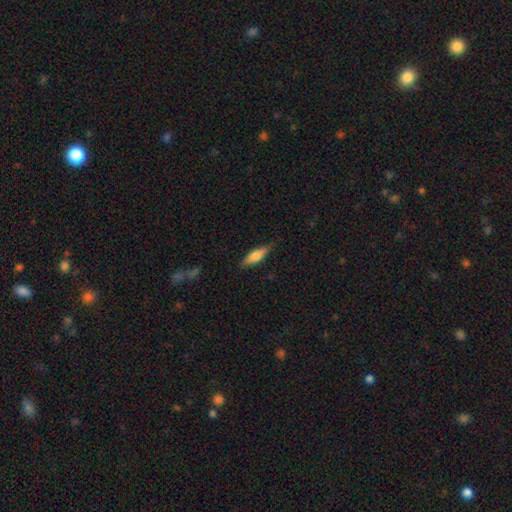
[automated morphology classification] Smooth or featured?
  - smooth: 57% *
  - featured or disk: 37%
  - star or artifact: 6%
How rounded?
  - cigar-shaped: 58% *
  - in between: 39%
  - round: 2%
Merging?
  - none: 84% *
  - minor disturbance: 12%
  - major disturbance: 3%
  - merger: 1%